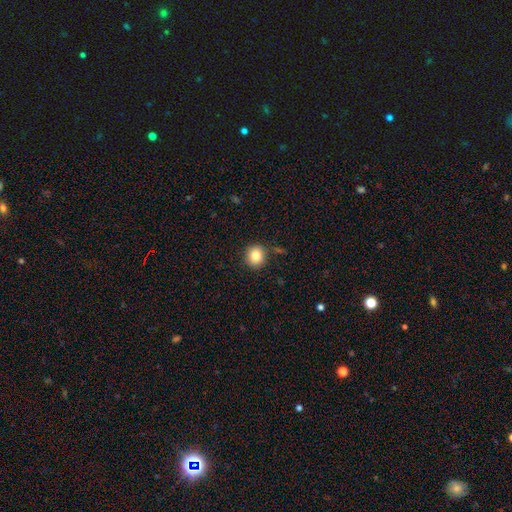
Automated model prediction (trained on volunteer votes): smooth-or-featured: smooth: 83% | star or artifact: 10% | featured or disk: 7%
  how-rounded: round: 87% | in between: 12% | cigar-shaped: 1%
  merging: none: 87% | minor disturbance: 8% | major disturbance: 2% | merger: 2%